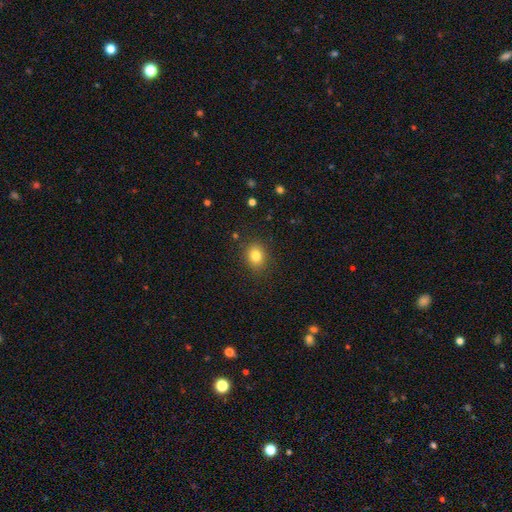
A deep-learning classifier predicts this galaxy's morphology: This is clearly a smooth galaxy (82%). How rounded: possibly round (54%). Merging: clearly none (86%).